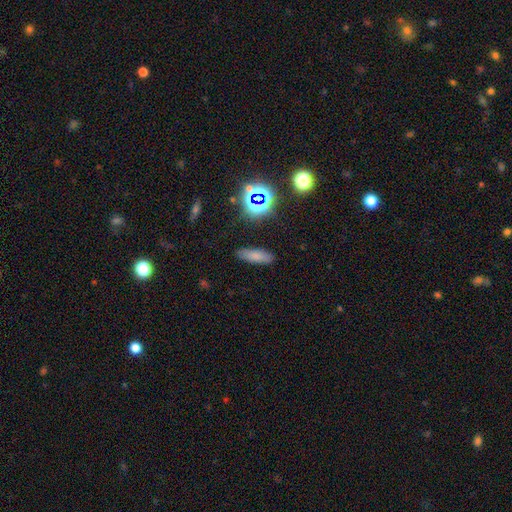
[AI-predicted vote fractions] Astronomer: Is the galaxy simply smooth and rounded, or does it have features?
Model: smooth — 72%.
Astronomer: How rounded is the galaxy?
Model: in between — 54% (runner-up: cigar-shaped, 42%).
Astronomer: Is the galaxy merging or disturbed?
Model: none — 84%.